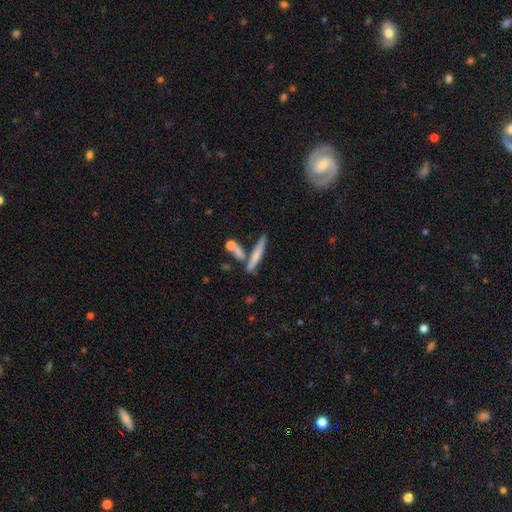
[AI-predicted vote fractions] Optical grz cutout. It shows a smooth galaxy with no disk features (62%) that is cigar-shaped (90%). Merging: none (63%).